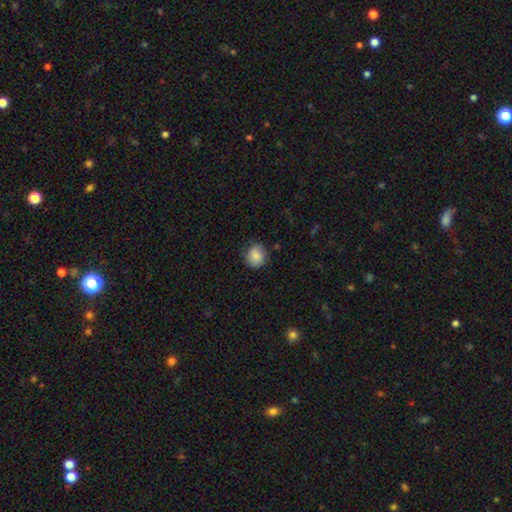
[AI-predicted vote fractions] A smooth galaxy with no disk features (79%) that is round (82%).

Vote fractions:
- Smooth or featured? smooth: 79% / featured or disk: 13% / star or artifact: 8%
- How rounded? round: 82% / in between: 18% / cigar-shaped: 1%
- Merging? none: 78% / minor disturbance: 17% / major disturbance: 4% / merger: 1%